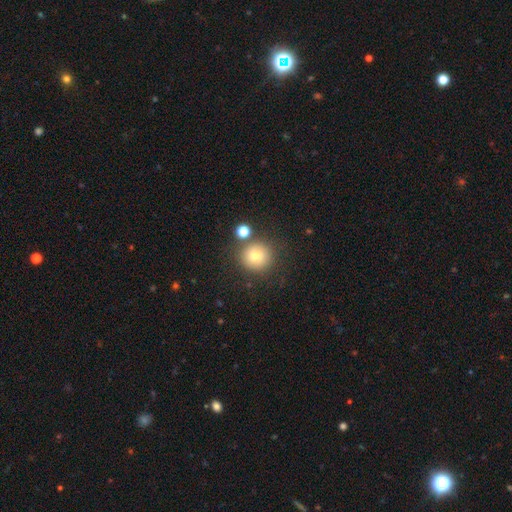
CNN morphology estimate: Smooth or featured?
  - smooth: 75% *
  - star or artifact: 13%
  - featured or disk: 11%
How rounded?
  - round: 93% *
  - in between: 6%
  - cigar-shaped: 1%
Merging?
  - none: 77% *
  - merger: 11%
  - minor disturbance: 9%
  - major disturbance: 4%